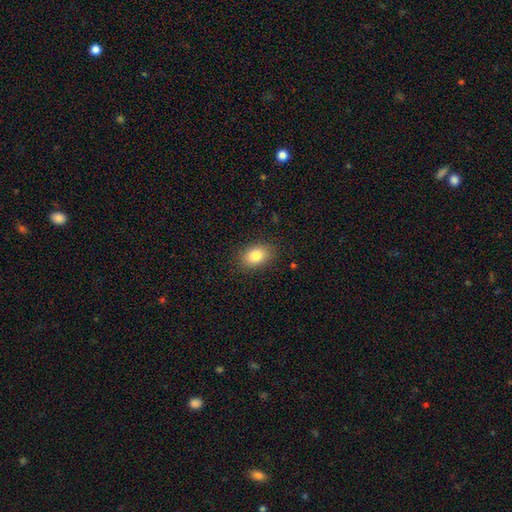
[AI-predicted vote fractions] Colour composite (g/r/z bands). It shows a smooth galaxy with no disk features (83%) that is in between round and cigar-shaped (79%). Merging: none (87%).